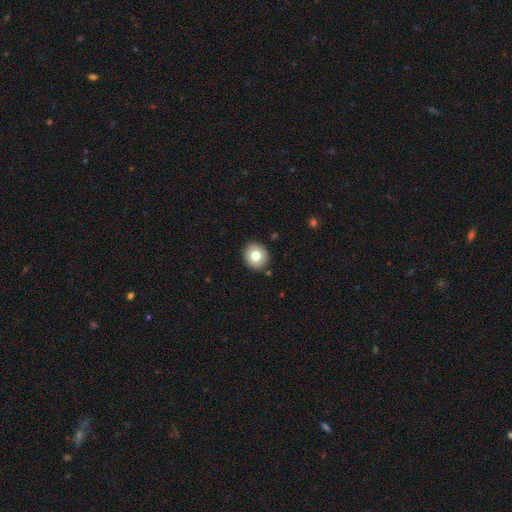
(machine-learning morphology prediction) This is likely a smooth galaxy (77%). How rounded: likely round (79%). Merging: clearly none (90%).